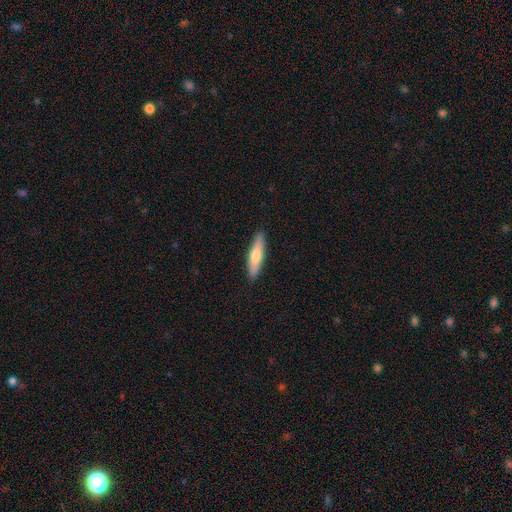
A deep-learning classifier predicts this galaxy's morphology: A smooth galaxy with no disk features (65%) that is cigar-shaped (78%). Merging: none (90%).